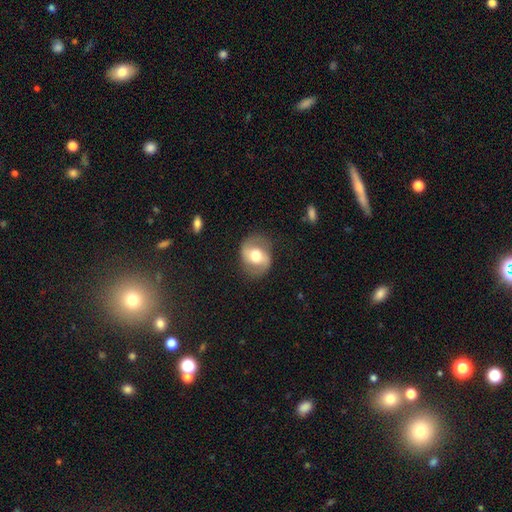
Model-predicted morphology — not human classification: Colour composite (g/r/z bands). It shows a featured or disk galaxy (61%) with a weak bar (39%), spiral arms (74%) and a moderate central bulge (56%). Merging: none (77%).